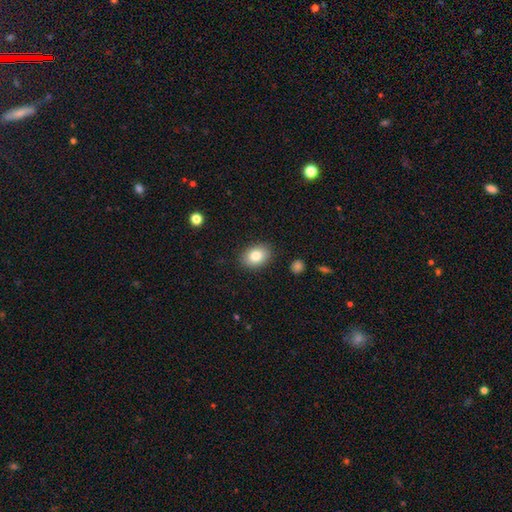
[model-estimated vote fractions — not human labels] Smooth or featured? Predicted: smooth (p=0.83). How rounded? Predicted: in between (p=0.73). Merging? Predicted: none (p=0.87).